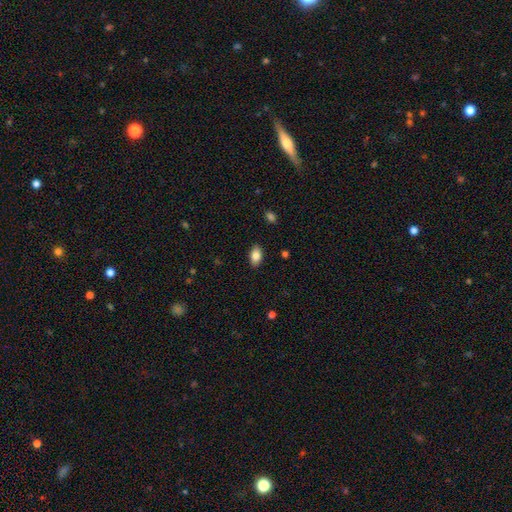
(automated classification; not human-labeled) Smooth or featured: smooth — 84% (featured or disk — 9%)
How rounded: in between — 91% (round — 6%)
Merging: none — 88% (minor disturbance — 9%)